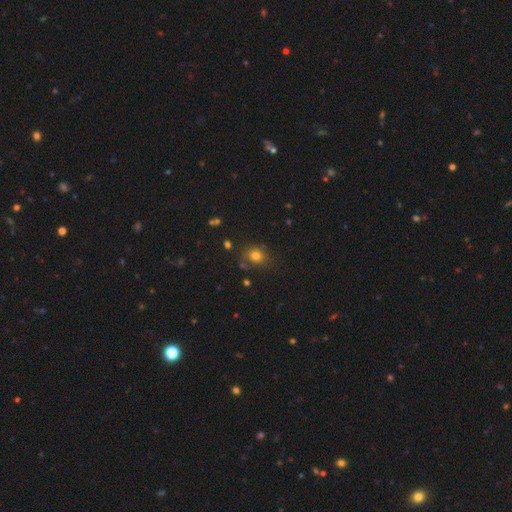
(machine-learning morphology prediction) Overall: smooth (77%). How rounded: round (65%; in between 34%). Merging: none (73%).